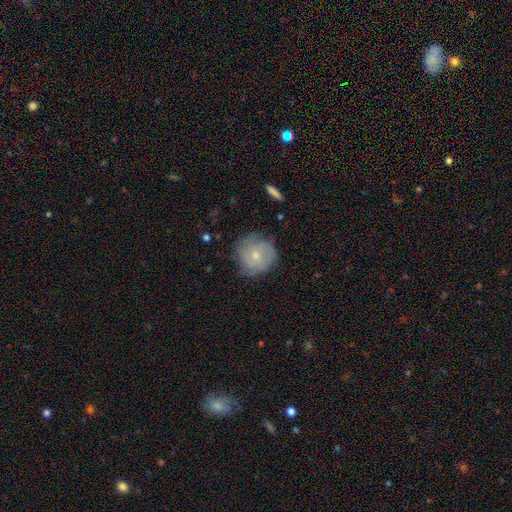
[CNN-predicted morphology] Overall: smooth (49%; featured or disk 43%). Merging: none (71%).